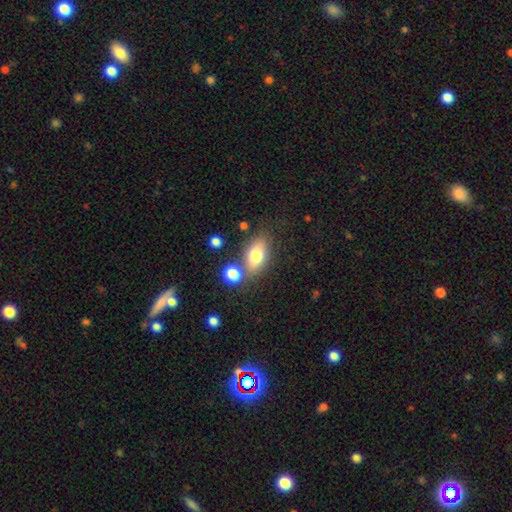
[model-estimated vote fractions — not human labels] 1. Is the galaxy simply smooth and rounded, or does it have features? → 73% smooth, 18% featured or disk, 10% star or artifact.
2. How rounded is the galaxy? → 83% in between, 12% round, 6% cigar-shaped.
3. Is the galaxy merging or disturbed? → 68% none, 14% minor disturbance, 13% merger, 5% major disturbance.